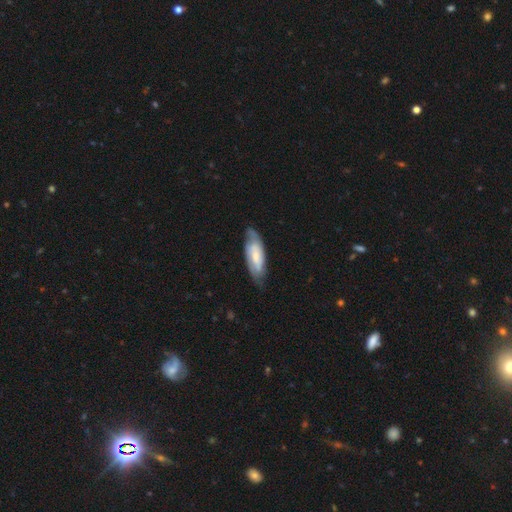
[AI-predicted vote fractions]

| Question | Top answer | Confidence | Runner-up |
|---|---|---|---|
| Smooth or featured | featured or disk | 56% | smooth (39%) |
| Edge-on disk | no | 83% | yes (17%) |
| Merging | none | 66% | minor disturbance (25%) |